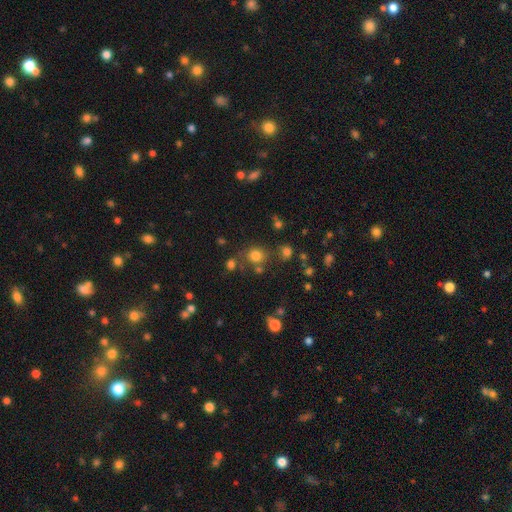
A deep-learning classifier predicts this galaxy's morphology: The model was most divided on "smooth or featured": smooth: 75%, star or artifact: 18%, featured or disk: 7%. More confident: how rounded — round (85%); merging — none (73%).